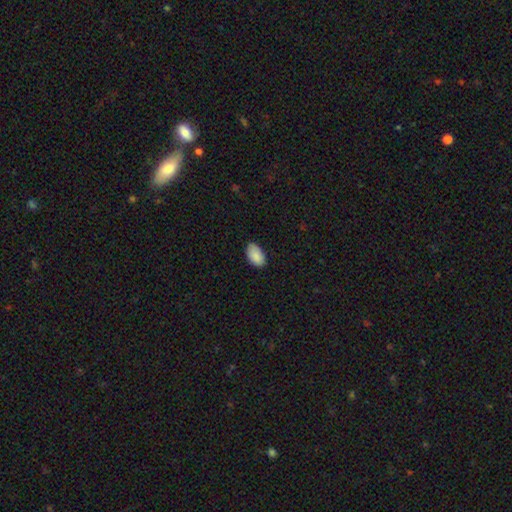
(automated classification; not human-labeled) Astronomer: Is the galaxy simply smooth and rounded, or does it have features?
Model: smooth — 89%.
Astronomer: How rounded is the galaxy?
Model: in between — 94%.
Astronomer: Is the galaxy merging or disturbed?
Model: none — 82%.